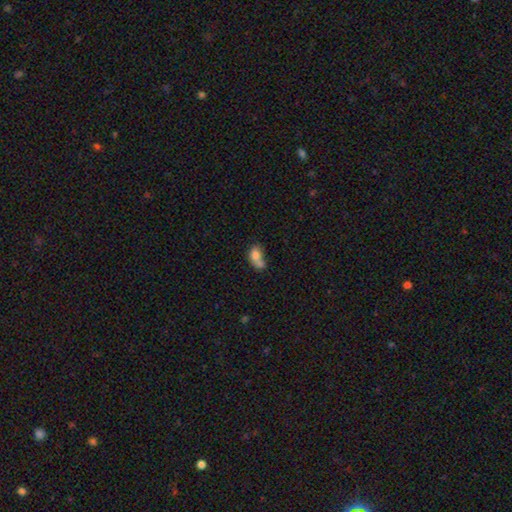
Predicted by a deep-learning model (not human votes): This appears to be a smooth galaxy with no disk features (74%) that is in between round and cigar-shaped (71%). Merging: merger (62%).